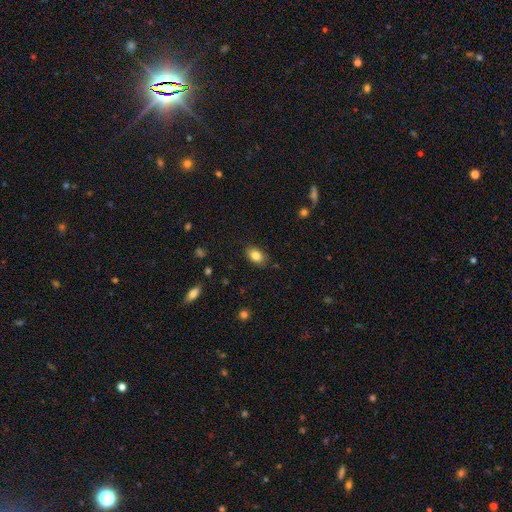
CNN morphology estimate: Smooth or featured? smooth (83%)
How rounded? in between (88%)
Merging? none (84%)